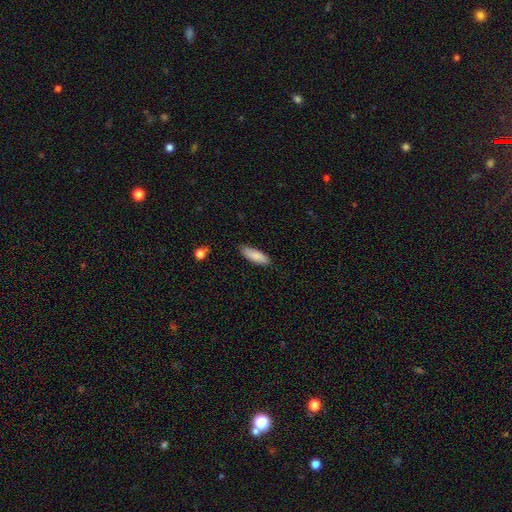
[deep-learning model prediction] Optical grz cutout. It shows a smooth galaxy with no disk features (87%) that is in between round and cigar-shaped (60%). Merging: none (82%).